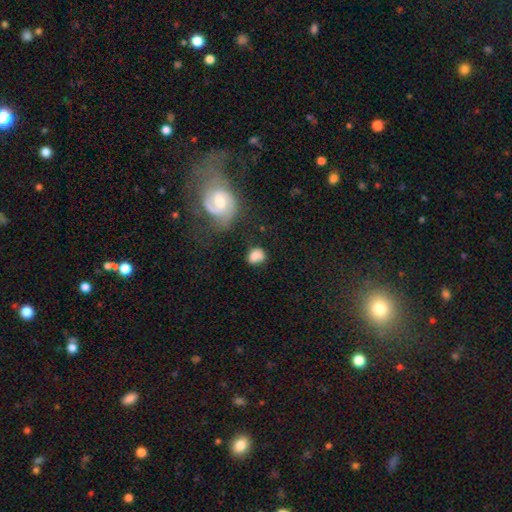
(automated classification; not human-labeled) Smooth or featured: smooth — 77% (featured or disk — 14%)
How rounded: in between — 50% (round — 48%)
Merging: none — 56% (minor disturbance — 24%)